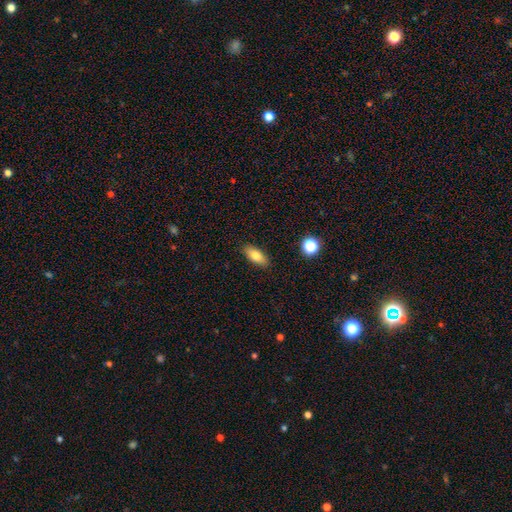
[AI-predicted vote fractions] This appears to be a smooth galaxy with no disk features (78%) that is in between round and cigar-shaped (82%). Merging: none (89%).